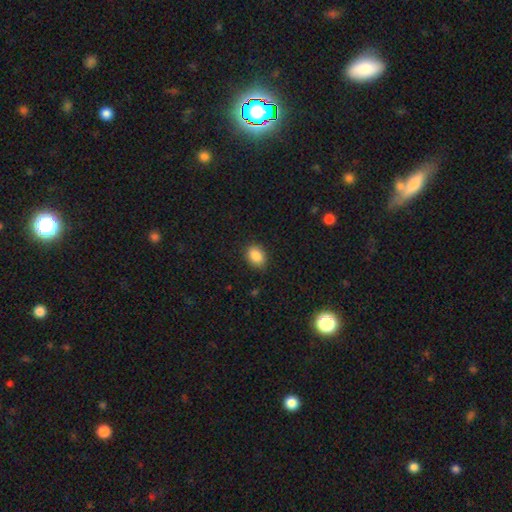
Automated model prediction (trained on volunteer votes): The model was most divided on "how rounded": in between: 74%, round: 25%, cigar-shaped: 1%. More confident: smooth or featured — smooth (88%); merging — none (87%).